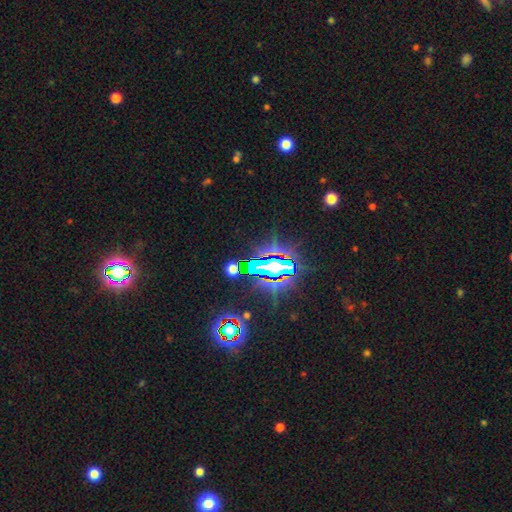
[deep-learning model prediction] This is clearly a star or artifact rather than a galaxy (84%).